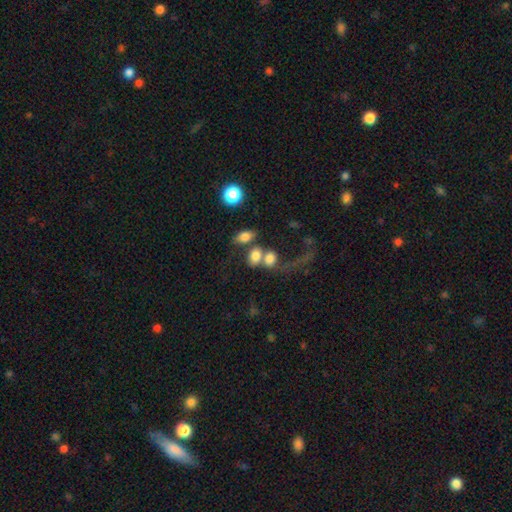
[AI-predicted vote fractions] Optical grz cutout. It shows a smooth galaxy with no disk features (74%) that is in between round and cigar-shaped (74%). Merging: merger (53%).